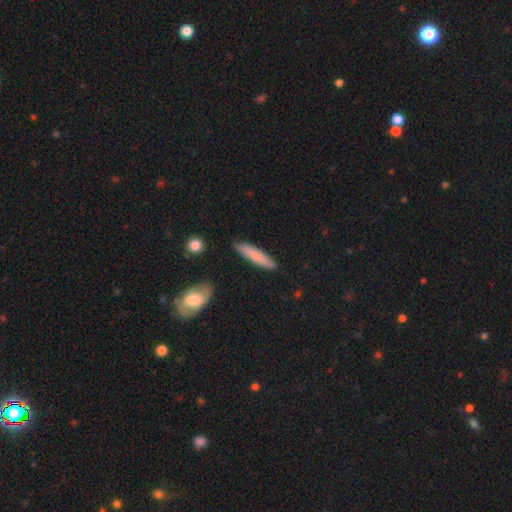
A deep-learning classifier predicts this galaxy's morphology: Q: Smooth or featured?
A: smooth (75%); runner-up: featured or disk (19%)
Q: How rounded?
A: cigar-shaped (83%); runner-up: in between (15%)
Q: Merging?
A: none (88%); runner-up: minor disturbance (9%)